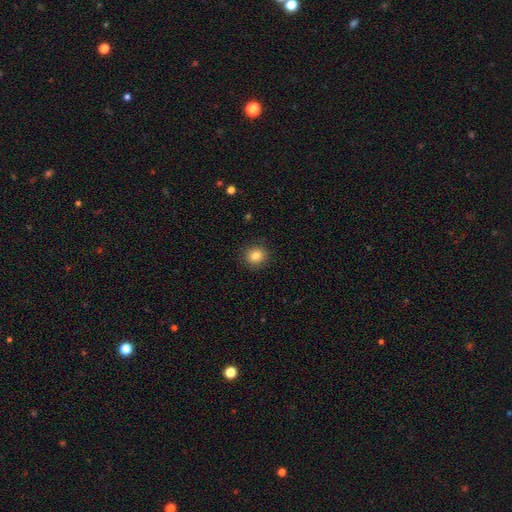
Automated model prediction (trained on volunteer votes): smooth_or_featured: smooth (p=0.84) [alt: star or artifact p=0.10]
how_rounded: round (p=0.85) [alt: in between p=0.14]
merging: none (p=0.90) [alt: minor disturbance p=0.07]